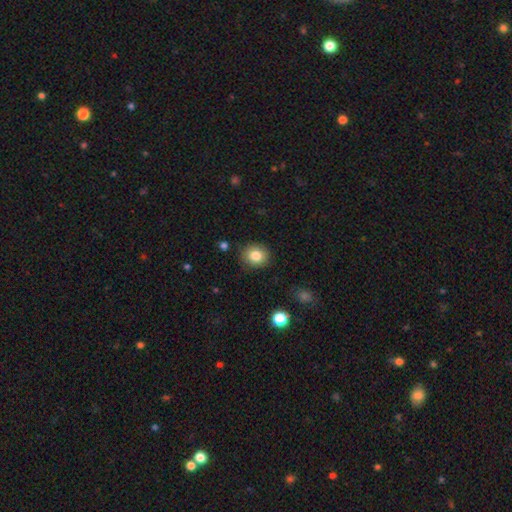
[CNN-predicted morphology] A smooth galaxy with no disk features (84%) that is round (75%). Merging: none (86%).